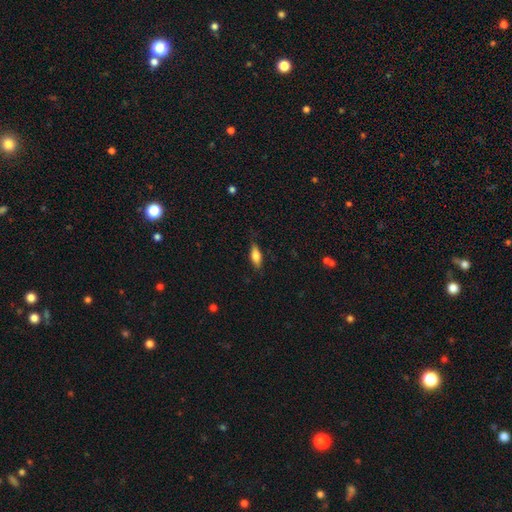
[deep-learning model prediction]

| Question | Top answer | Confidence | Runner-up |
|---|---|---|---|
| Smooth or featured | smooth | 77% | featured or disk (16%) |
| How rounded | in between | 73% | cigar-shaped (25%) |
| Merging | none | 80% | minor disturbance (15%) |